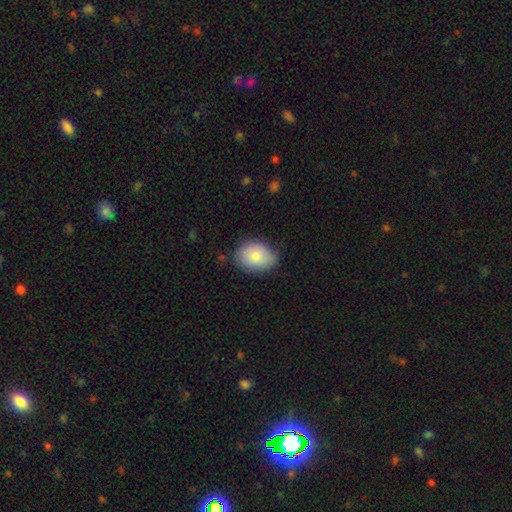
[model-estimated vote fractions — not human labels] Smooth or featured?
  - smooth: 79% *
  - featured or disk: 13%
  - star or artifact: 7%
How rounded?
  - in between: 68% *
  - round: 31%
  - cigar-shaped: 1%
Merging?
  - none: 73% *
  - minor disturbance: 21%
  - major disturbance: 4%
  - merger: 2%